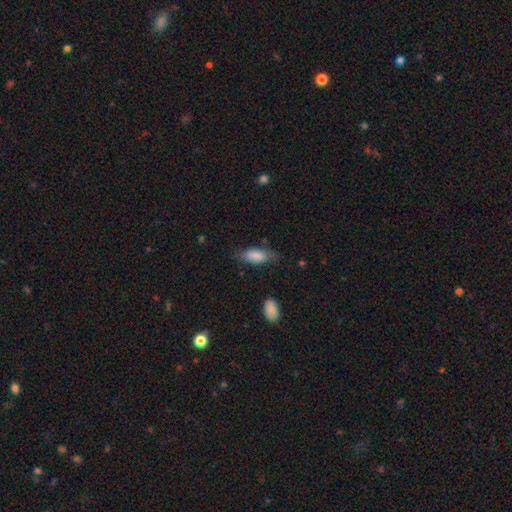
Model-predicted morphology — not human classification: Smooth or featured: smooth — 79% (featured or disk — 15%)
How rounded: in between — 71% (cigar-shaped — 27%)
Merging: none — 64% (minor disturbance — 26%)